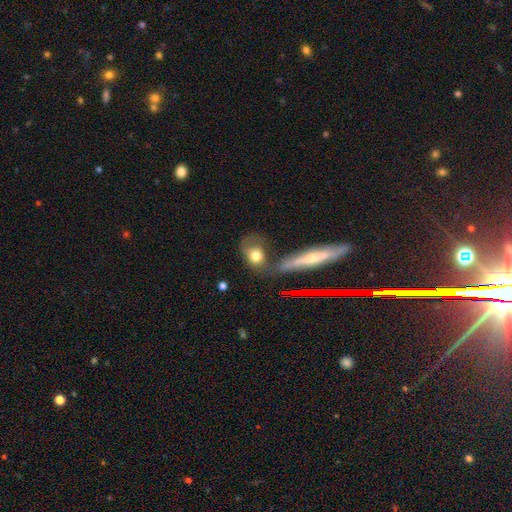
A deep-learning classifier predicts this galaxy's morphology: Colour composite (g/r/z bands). It shows a smooth galaxy with no disk features (70%) that is in between round and cigar-shaped (55%). Merging: none (40%).